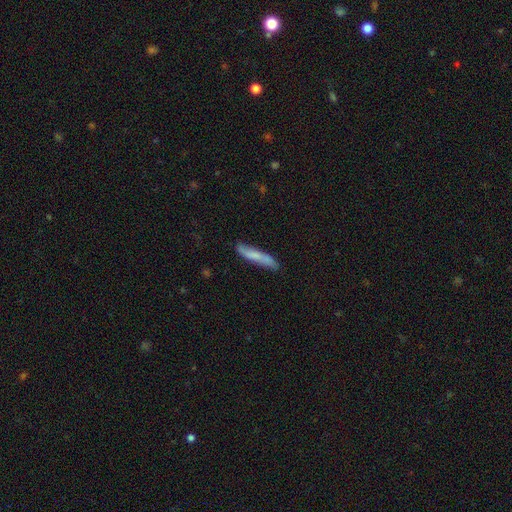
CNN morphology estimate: The model was most divided on "smooth or featured": smooth: 61%, featured or disk: 33%, star or artifact: 6%. More confident: how rounded — cigar-shaped (90%); merging — none (76%).